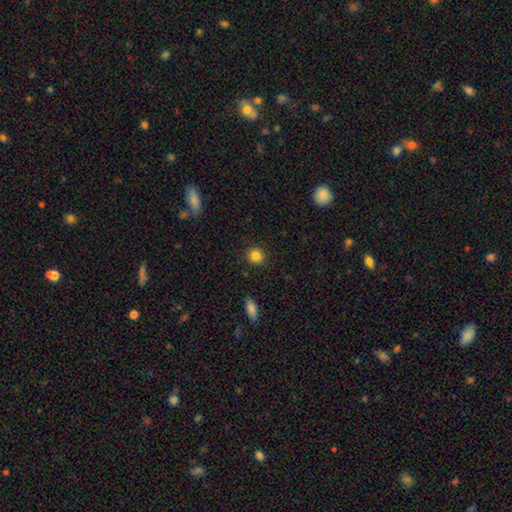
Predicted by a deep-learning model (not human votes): Smooth or featured: smooth — 85% (star or artifact — 11%)
How rounded: round — 91% (in between — 8%)
Merging: none — 91% (minor disturbance — 6%)